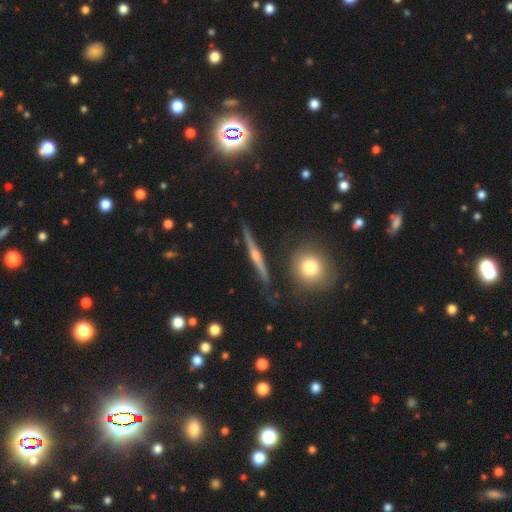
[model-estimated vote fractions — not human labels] A featured or disk galaxy (68%) viewed edge-on (95%) with a rounded central bulge (79%). Merging: none (87%).